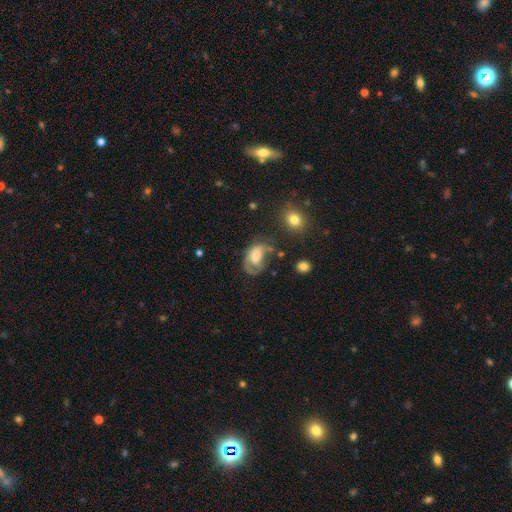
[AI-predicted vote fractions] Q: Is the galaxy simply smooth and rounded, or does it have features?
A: featured or disk — 46%.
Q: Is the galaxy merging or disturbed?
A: major disturbance — 39%.